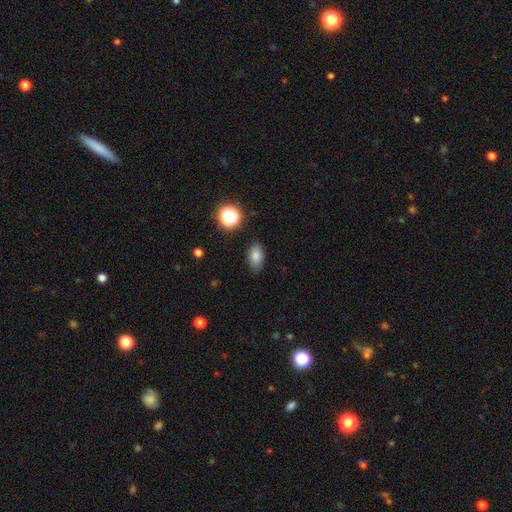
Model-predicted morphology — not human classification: Q: Smooth or featured?
A: smooth (79%); runner-up: star or artifact (12%)
Q: How rounded?
A: in between (87%); runner-up: round (11%)
Q: Merging?
A: none (83%); runner-up: minor disturbance (13%)